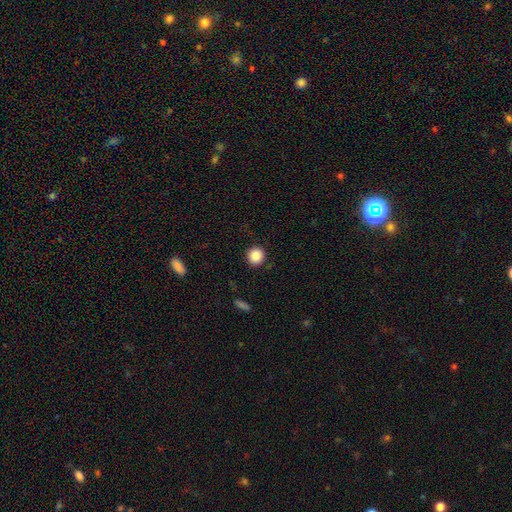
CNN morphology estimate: Smooth or featured? Predicted: smooth (p=0.87). How rounded? Predicted: round (p=0.92). Merging? Predicted: none (p=0.91).